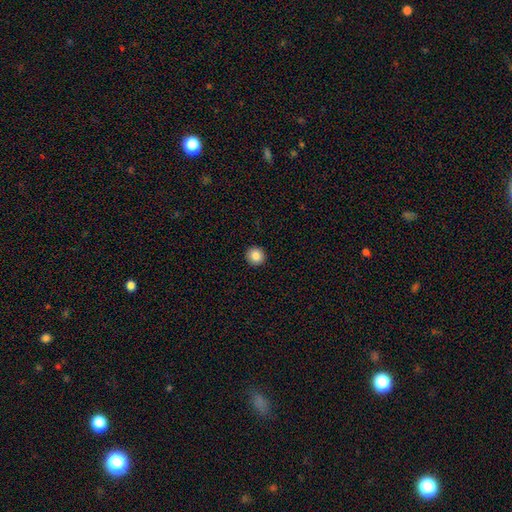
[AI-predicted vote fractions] This is clearly a smooth galaxy (87%). How rounded: clearly round (94%). Merging: clearly none (93%).